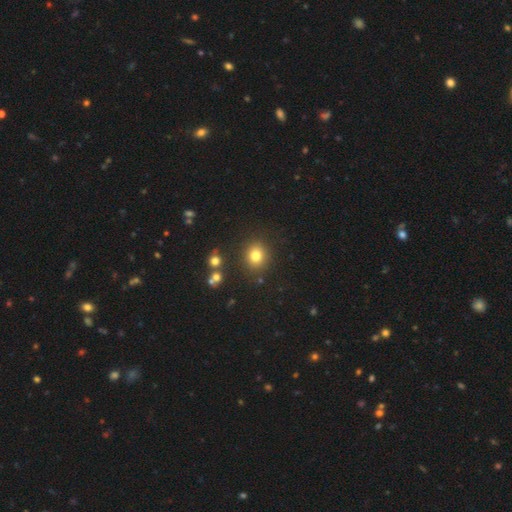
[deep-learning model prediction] smooth 79%, star or artifact 14%, featured or disk 7%. Down the decision tree: how rounded — round (77%); merging — none (86%).